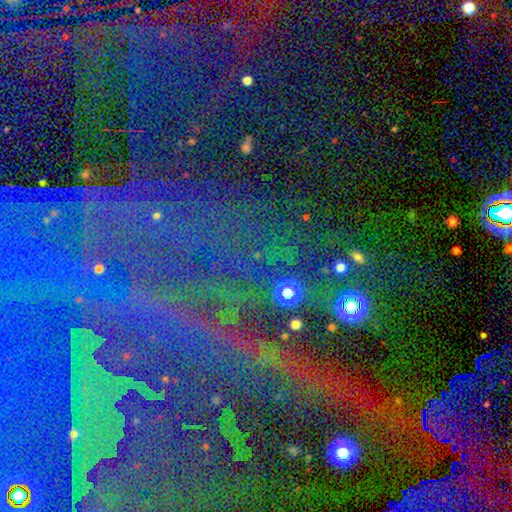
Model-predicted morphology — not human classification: star or artifact 82%, featured or disk 10%, smooth 8%.